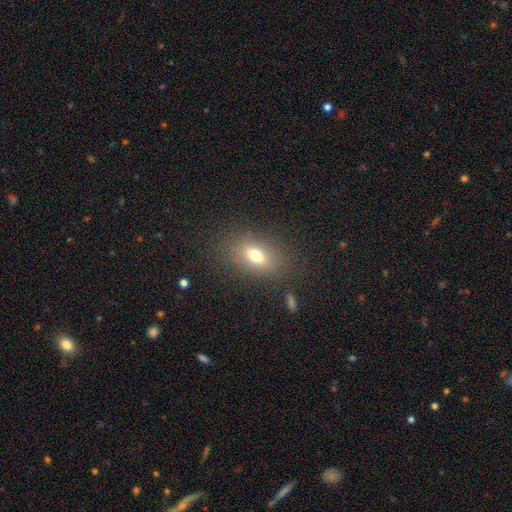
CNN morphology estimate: This is likely a smooth galaxy (72%). How rounded: clearly in between (81%). Merging: clearly none (81%).